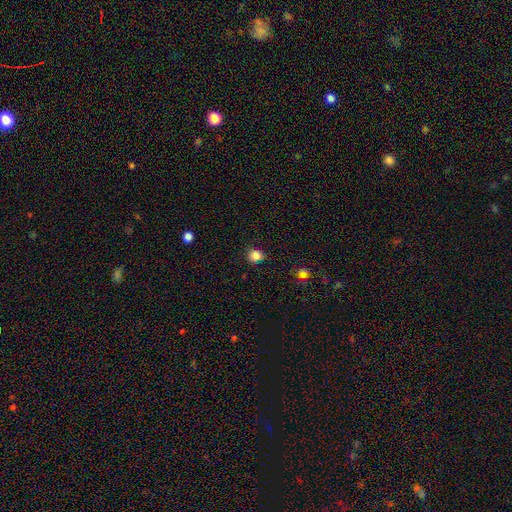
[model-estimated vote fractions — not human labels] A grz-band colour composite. It shows a smooth galaxy with no disk features (84%) that is round (83%). Merging: none (82%).